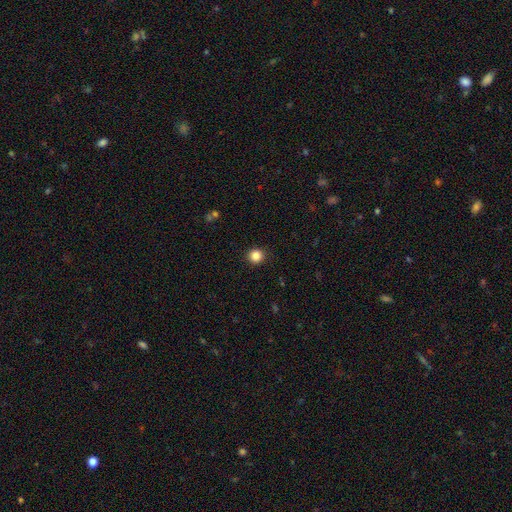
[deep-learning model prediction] Smooth or featured?
  - smooth: 85% *
  - star or artifact: 11%
  - featured or disk: 4%
How rounded?
  - round: 93% *
  - in between: 6%
  - cigar-shaped: 1%
Merging?
  - none: 92% *
  - minor disturbance: 5%
  - major disturbance: 2%
  - merger: 1%